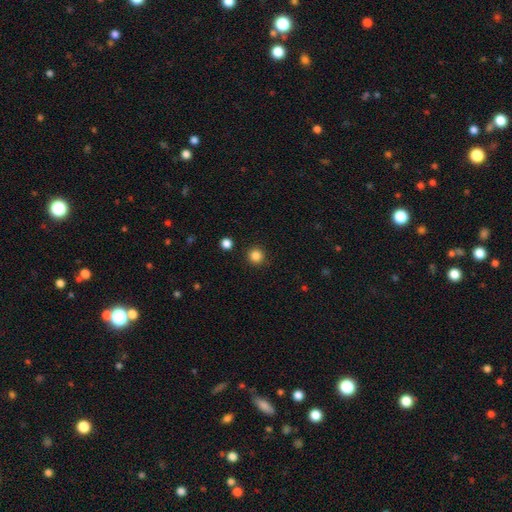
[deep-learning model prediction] This is clearly a smooth galaxy (85%). How rounded: clearly round (95%). Merging: clearly none (91%).